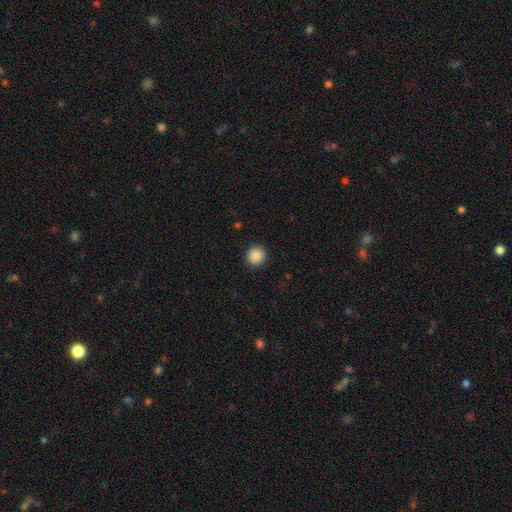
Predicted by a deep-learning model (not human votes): Q: Smooth or featured?
A: smooth (89%); runner-up: star or artifact (9%)
Q: How rounded?
A: round (91%); runner-up: in between (8%)
Q: Merging?
A: none (92%); runner-up: minor disturbance (5%)